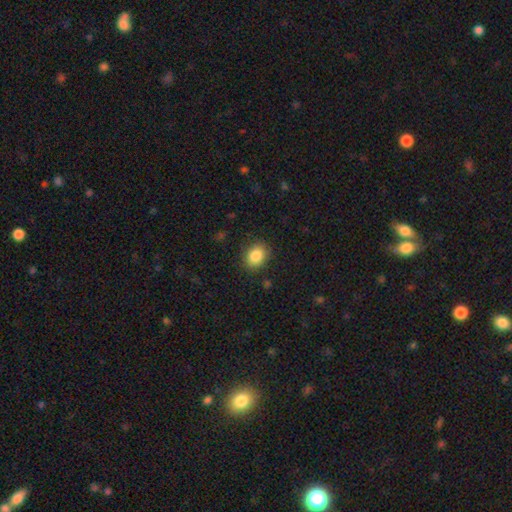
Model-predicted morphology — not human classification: Smooth or featured?
  - smooth: 86% *
  - star or artifact: 9%
  - featured or disk: 5%
How rounded?
  - in between: 53% *
  - round: 46%
  - cigar-shaped: 1%
Merging?
  - none: 85% *
  - minor disturbance: 10%
  - major disturbance: 3%
  - merger: 1%